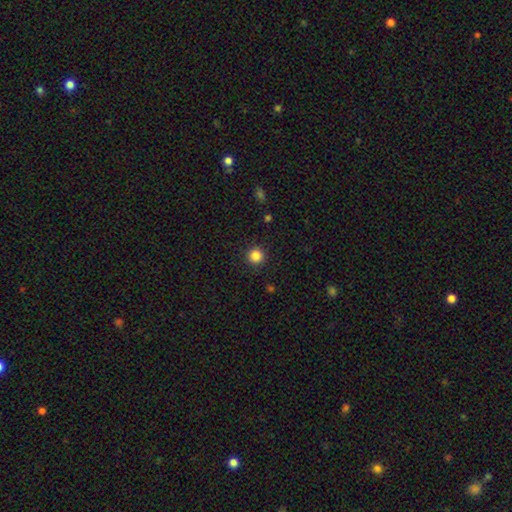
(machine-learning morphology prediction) Smooth or featured?
  - smooth: 86% *
  - star or artifact: 11%
  - featured or disk: 3%
How rounded?
  - round: 95% *
  - in between: 4%
  - cigar-shaped: 1%
Merging?
  - none: 92% *
  - minor disturbance: 5%
  - major disturbance: 2%
  - merger: 1%